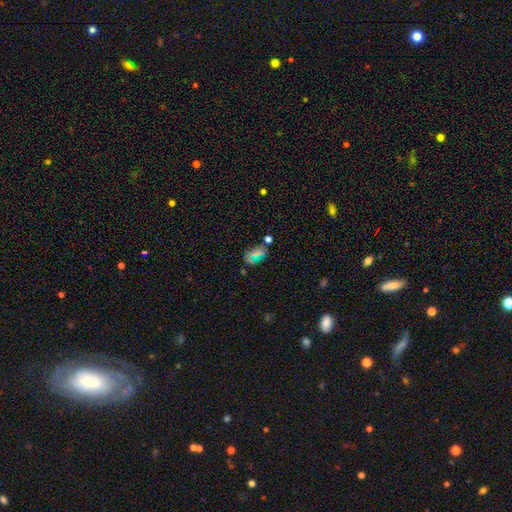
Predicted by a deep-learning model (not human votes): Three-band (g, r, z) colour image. It shows a smooth galaxy with no disk features (57%) that is in between round and cigar-shaped (82%). Merging: none (72%).